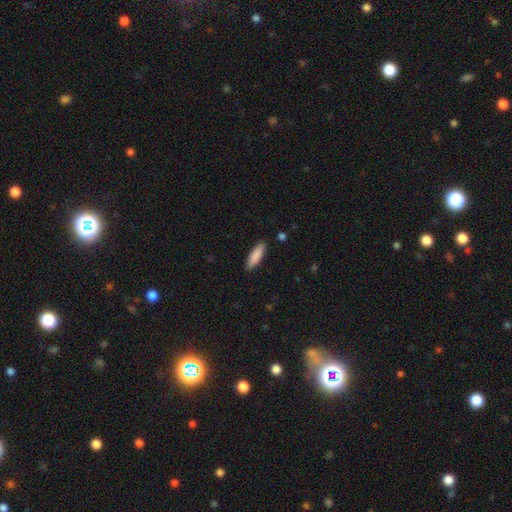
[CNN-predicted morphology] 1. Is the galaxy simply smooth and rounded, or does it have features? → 87% smooth, 7% featured or disk, 6% star or artifact.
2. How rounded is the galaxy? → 54% cigar-shaped, 45% in between, 1% round.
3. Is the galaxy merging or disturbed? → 88% none, 9% minor disturbance, 2% major disturbance, 1% merger.